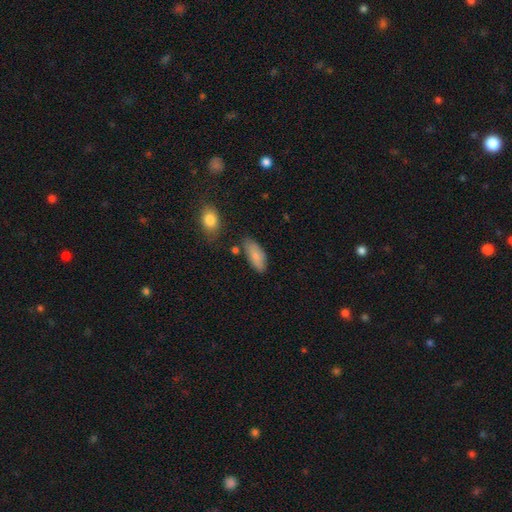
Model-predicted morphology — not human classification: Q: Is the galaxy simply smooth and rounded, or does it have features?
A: smooth — 80%.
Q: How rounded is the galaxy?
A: in between — 87%.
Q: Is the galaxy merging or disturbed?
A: none — 71%.